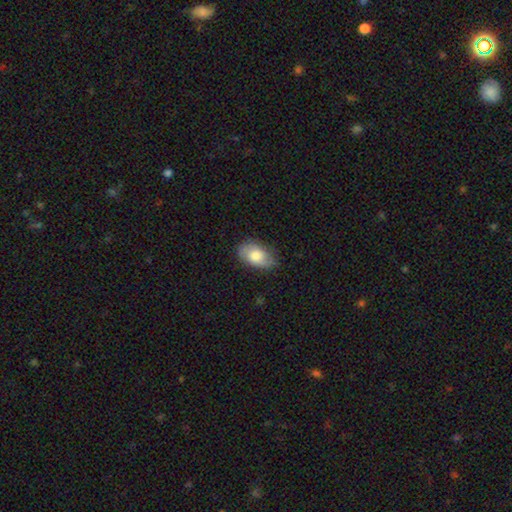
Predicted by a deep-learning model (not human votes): smooth 66%, featured or disk 27%, star or artifact 7%. Down the decision tree: how rounded — in between (90%); merging — none (73%).